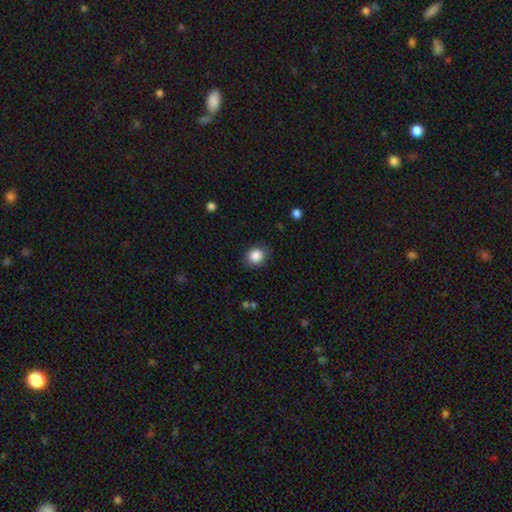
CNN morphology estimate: The model was most divided on "how rounded": round: 80%, in between: 19%, cigar-shaped: 1%. More confident: smooth or featured — smooth (87%); merging — none (85%).